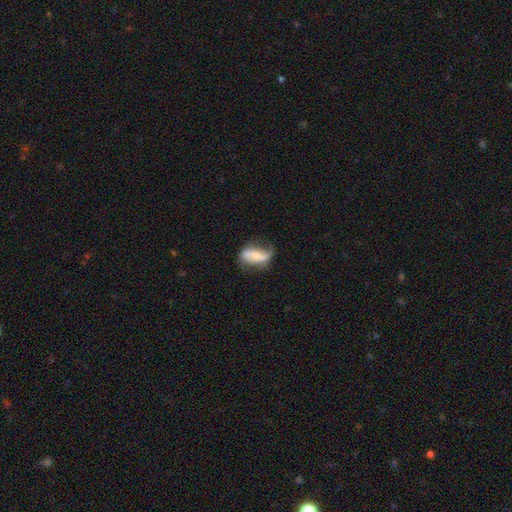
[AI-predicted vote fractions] smooth_or_featured: featured or disk (p=0.59) [alt: smooth p=0.34]
disk_edge_on: no (p=0.92) [alt: yes p=0.08]
bar: no (p=0.37) [alt: strong p=0.34]
has_spiral_arms: yes (p=0.82) [alt: no p=0.18]
bulge_size: small (p=0.45) [alt: moderate p=0.40]
merging: none (p=0.47) [alt: minor disturbance p=0.31]